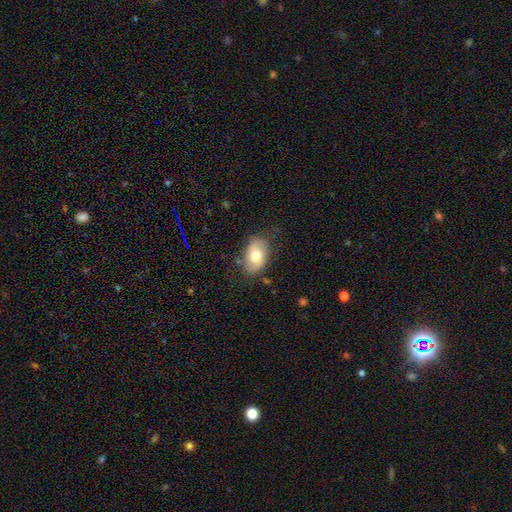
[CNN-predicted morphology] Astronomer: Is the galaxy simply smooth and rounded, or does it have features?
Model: smooth — 65%.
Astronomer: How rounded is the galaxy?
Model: in between — 89%.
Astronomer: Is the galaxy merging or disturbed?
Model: none — 72%.